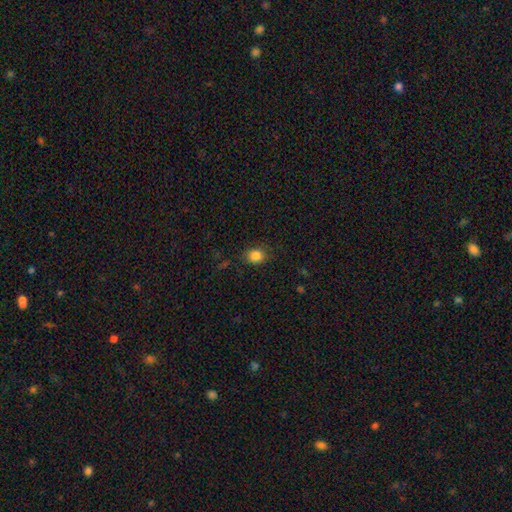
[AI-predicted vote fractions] Smooth or featured: smooth — 84% (star or artifact — 11%)
How rounded: round — 65% (in between — 34%)
Merging: none — 84% (minor disturbance — 11%)